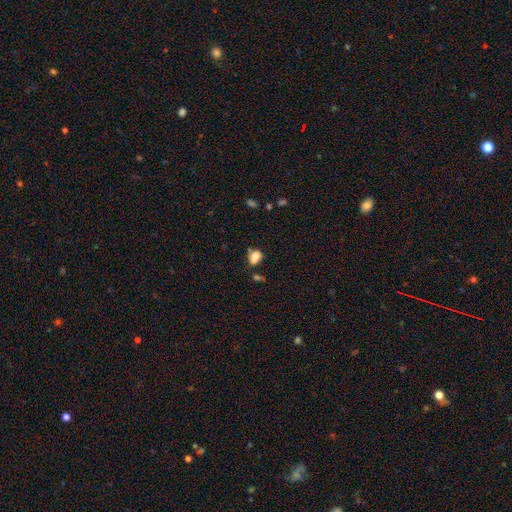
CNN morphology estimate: Smooth or featured? Predicted: smooth (p=0.74). How rounded? Predicted: in between (p=0.64). Merging? Predicted: none (p=0.35).